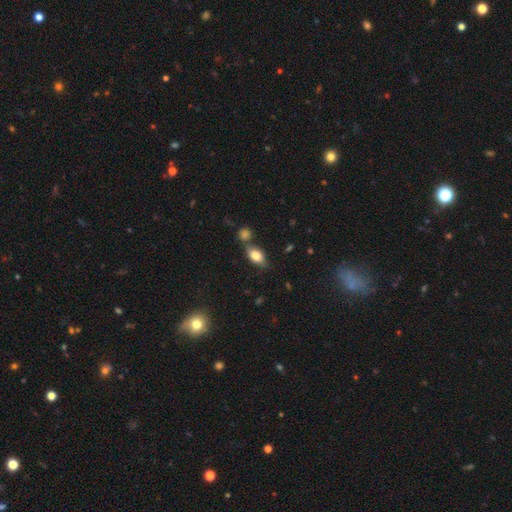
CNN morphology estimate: Overall: smooth (80%). How rounded: in between (87%). Merging: none (57%; merger 23%).